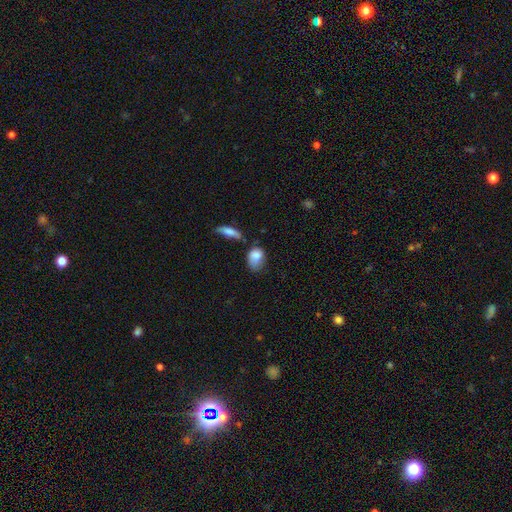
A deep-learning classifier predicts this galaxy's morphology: Smooth or featured: smooth — 80% (featured or disk — 12%)
How rounded: in between — 78% (round — 19%)
Merging: minor disturbance — 37% (none — 33%)